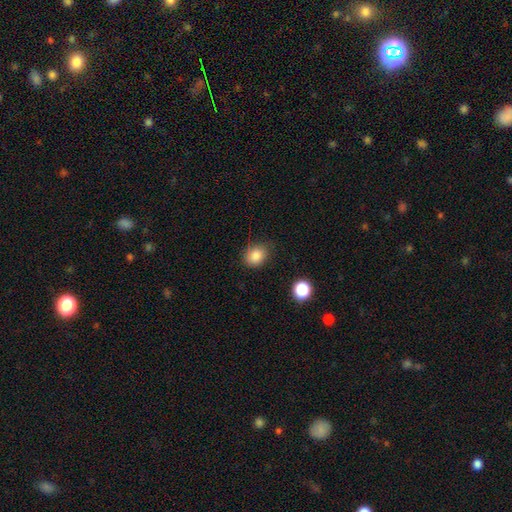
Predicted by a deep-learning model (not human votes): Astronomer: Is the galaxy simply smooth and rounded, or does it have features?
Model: smooth — 84%.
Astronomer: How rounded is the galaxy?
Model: round — 55% (runner-up: in between, 44%).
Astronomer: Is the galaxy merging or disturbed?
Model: none — 75%.